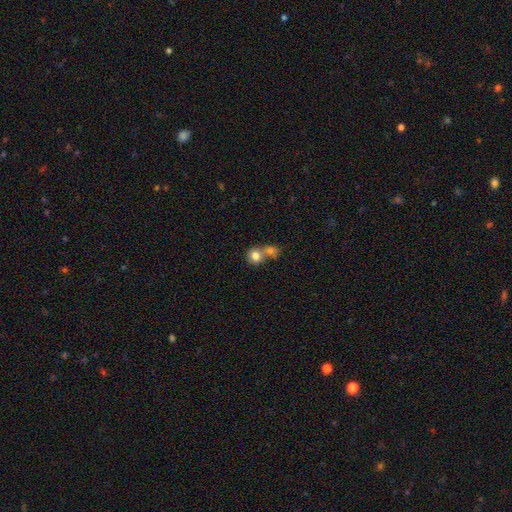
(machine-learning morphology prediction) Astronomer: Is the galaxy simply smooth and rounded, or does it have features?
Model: smooth — 78%.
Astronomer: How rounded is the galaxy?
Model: round — 80%.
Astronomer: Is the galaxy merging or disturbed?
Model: merger — 56% (runner-up: none, 34%).